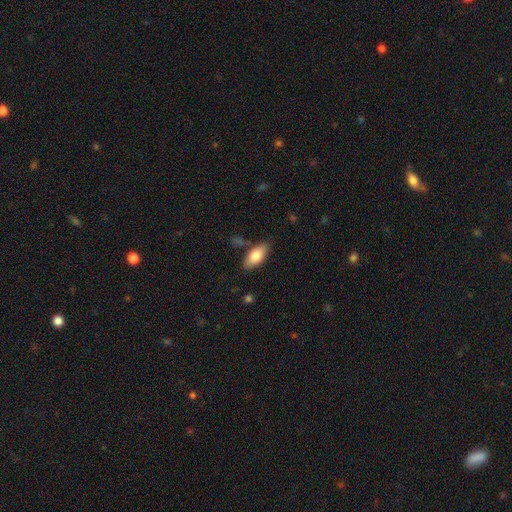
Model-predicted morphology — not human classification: smooth_or_featured: smooth (p=0.79) [alt: featured or disk p=0.15]
how_rounded: in between (p=0.88) [alt: cigar-shaped p=0.10]
merging: none (p=0.80) [alt: minor disturbance p=0.13]